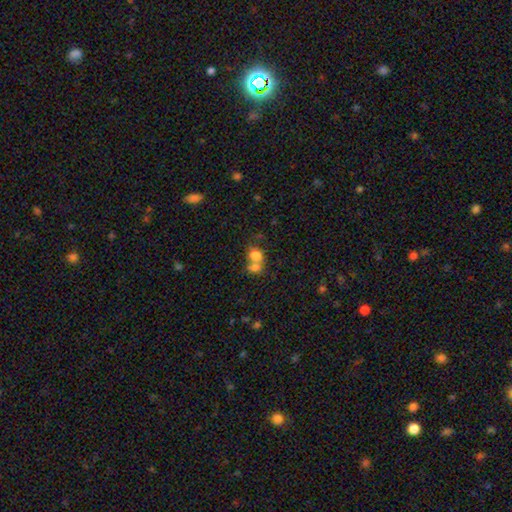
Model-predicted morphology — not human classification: A smooth galaxy with no disk features (77%) that is in between round and cigar-shaped (51%).

Vote fractions:
- Smooth or featured? smooth: 77% / featured or disk: 12% / star or artifact: 11%
- How rounded? in between: 51% / round: 48% / cigar-shaped: 1%
- Merging? merger: 63% / none: 26% / minor disturbance: 7% / major disturbance: 4%